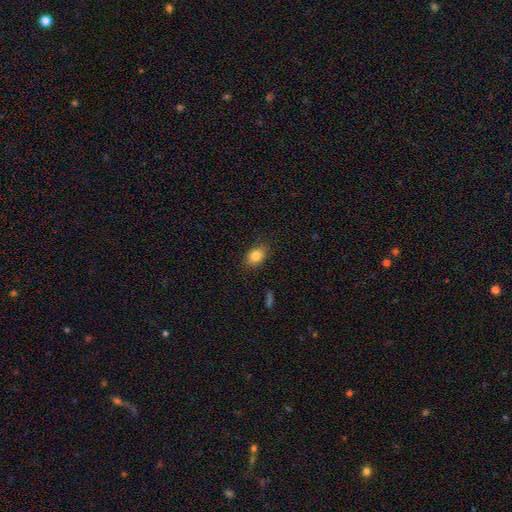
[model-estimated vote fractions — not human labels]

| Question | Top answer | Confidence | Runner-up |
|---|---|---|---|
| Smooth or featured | smooth | 84% | star or artifact (9%) |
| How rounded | in between | 77% | round (22%) |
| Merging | none | 85% | minor disturbance (11%) |